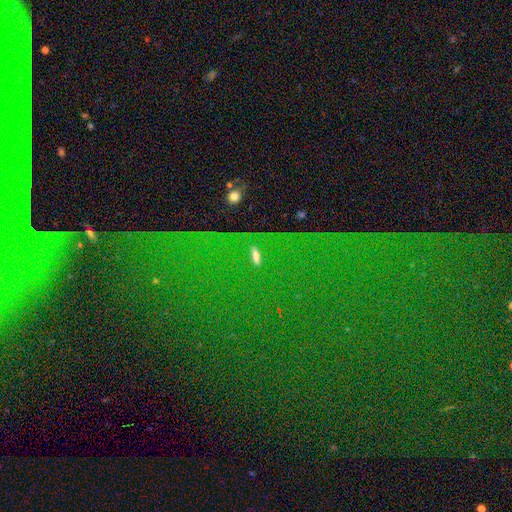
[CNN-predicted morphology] Overall: star or artifact (83%).